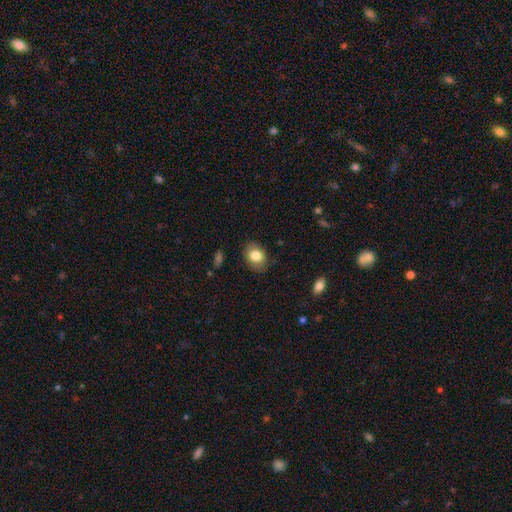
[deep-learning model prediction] smooth 82%, featured or disk 9%, star or artifact 8%. Down the decision tree: how rounded — in between (64%); merging — none (84%).